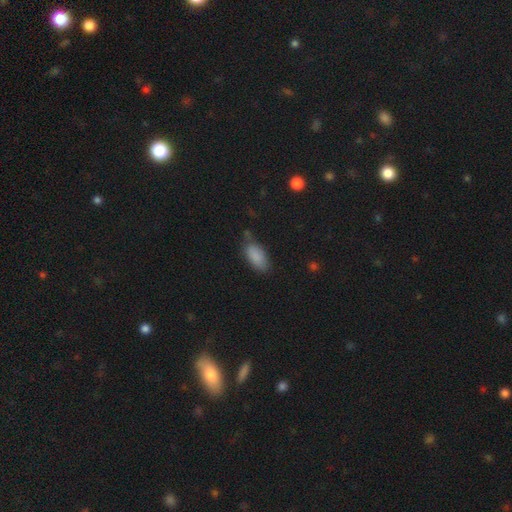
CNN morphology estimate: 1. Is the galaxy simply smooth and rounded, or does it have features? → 87% smooth, 7% star or artifact, 6% featured or disk.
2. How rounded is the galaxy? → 90% in between, 8% cigar-shaped, 3% round.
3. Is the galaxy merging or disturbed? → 62% none, 26% minor disturbance, 7% major disturbance, 5% merger.